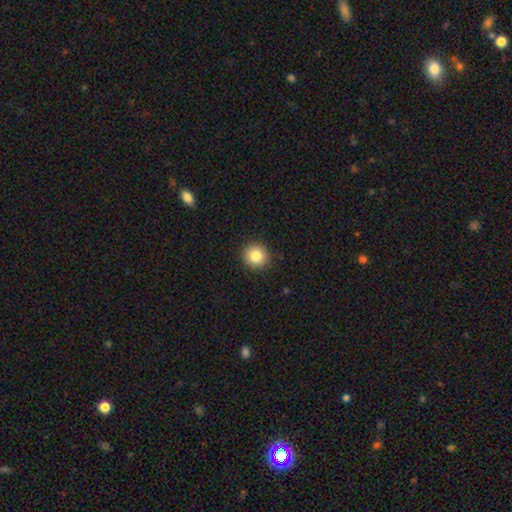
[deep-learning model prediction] The model was most divided on "smooth or featured": smooth: 84%, star or artifact: 10%, featured or disk: 7%. More confident: how rounded — round (92%); merging — none (92%).